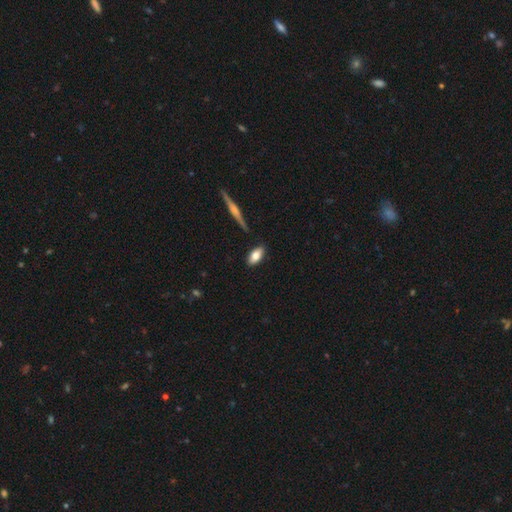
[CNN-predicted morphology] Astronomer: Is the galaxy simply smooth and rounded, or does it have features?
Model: smooth — 76%.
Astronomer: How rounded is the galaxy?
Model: in between — 86%.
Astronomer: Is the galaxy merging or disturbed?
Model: none — 86%.